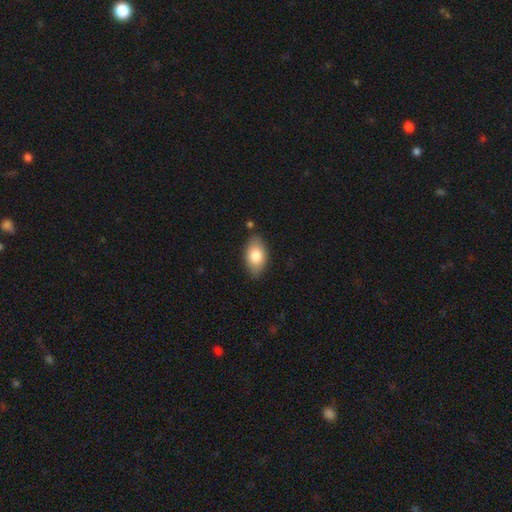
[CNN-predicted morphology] A smooth galaxy with no disk features (80%) that is in between round and cigar-shaped (92%). Merging: none (81%).